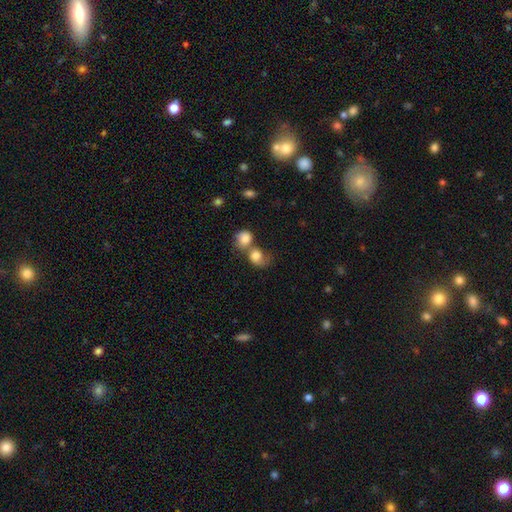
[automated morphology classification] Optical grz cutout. It shows a smooth galaxy with no disk features (77%) that is round (65%). Merging: merger (63%).